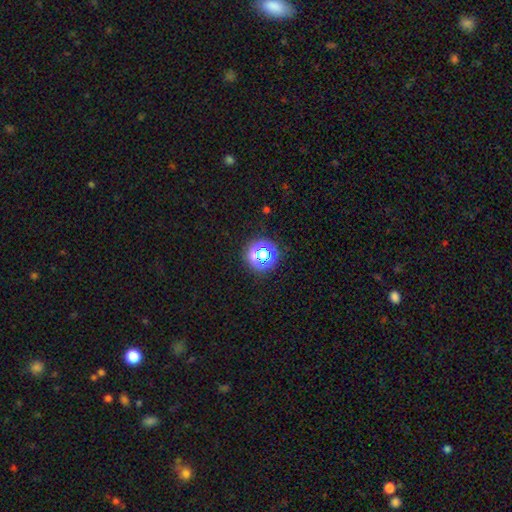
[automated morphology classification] smooth_or_featured: star or artifact (p=0.51) [alt: smooth p=0.40]